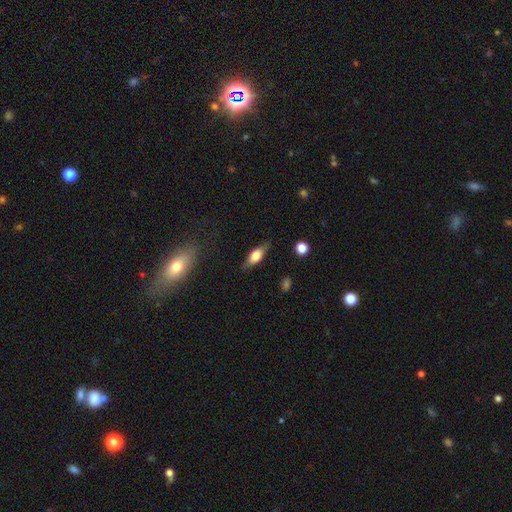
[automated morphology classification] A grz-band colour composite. It shows a smooth galaxy with no disk features (53%) that is in between round and cigar-shaped (63%). Merging: none (78%).